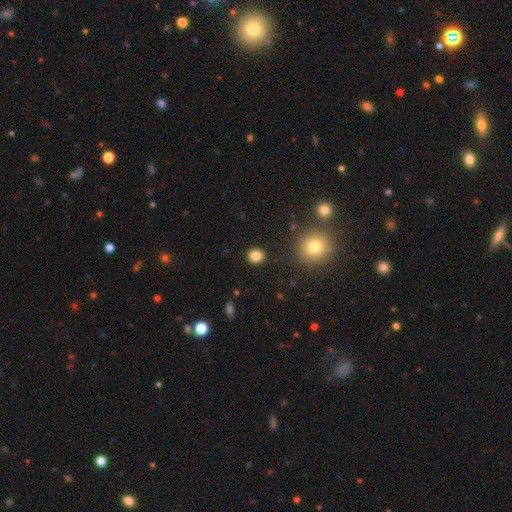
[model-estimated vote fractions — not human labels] A smooth galaxy with no disk features (84%) that is round (83%). Merging: none (90%).